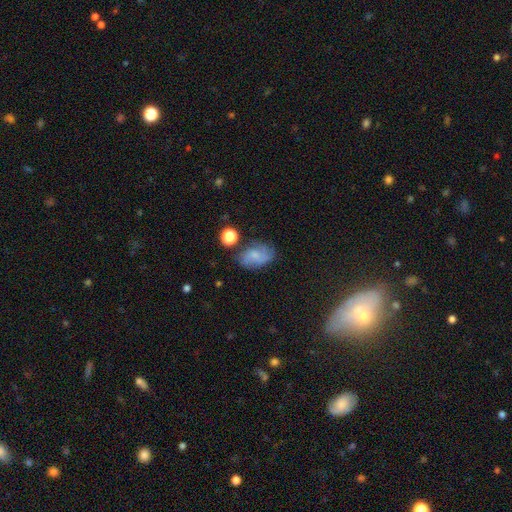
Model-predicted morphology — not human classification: This is possibly a smooth galaxy (49%). Merging: likely none (63%).